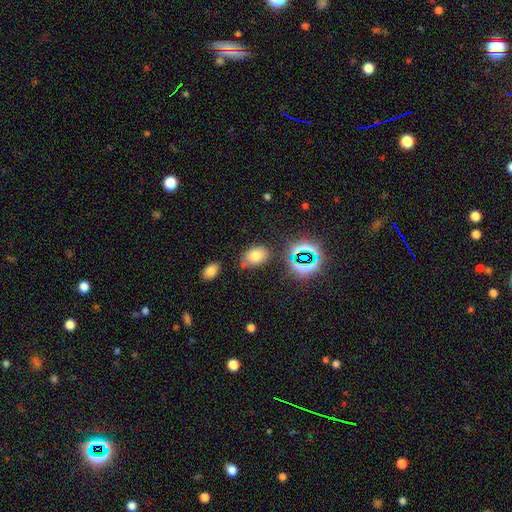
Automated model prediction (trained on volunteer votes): This is likely a smooth galaxy (70%). How rounded: clearly in between (82%). Merging: likely none (70%).